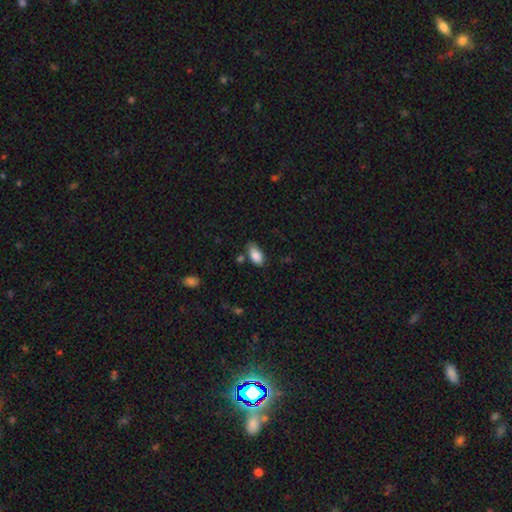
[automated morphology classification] smooth_or_featured: smooth (p=0.87) [alt: star or artifact p=0.07]
how_rounded: in between (p=0.93) [alt: round p=0.04]
merging: none (p=0.66) [alt: minor disturbance p=0.24]